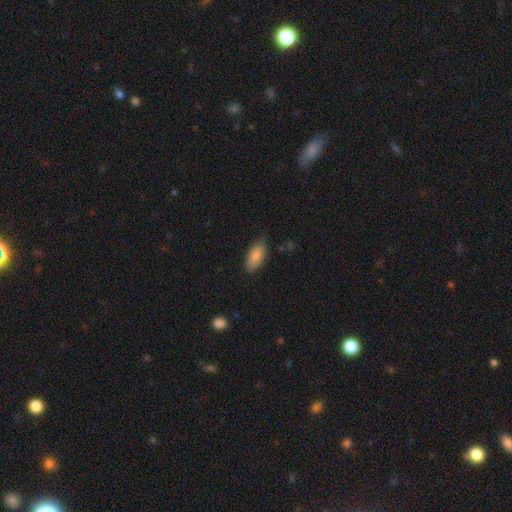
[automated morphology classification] This appears to be a smooth galaxy with no disk features (85%) that is in between round and cigar-shaped (88%). Merging: none (80%).